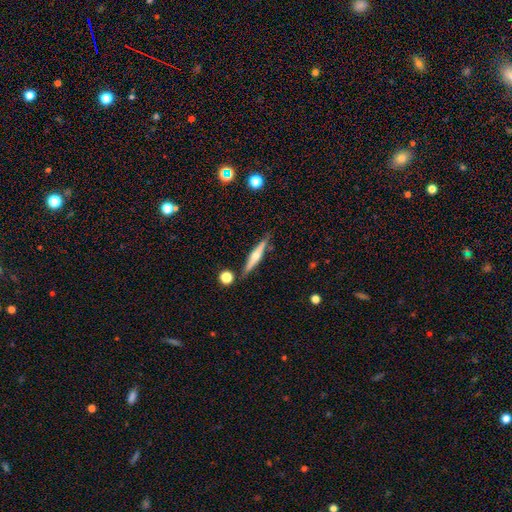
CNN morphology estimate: Smooth or featured?
  - featured or disk: 62% *
  - smooth: 31%
  - star or artifact: 7%
Edge-on disk?
  - yes: 96% *
  - no: 4%
Edge-on bulge?
  - rounded: 86% *
  - none: 9%
  - boxy: 5%
Merging?
  - none: 83% *
  - minor disturbance: 11%
  - merger: 4%
  - major disturbance: 2%